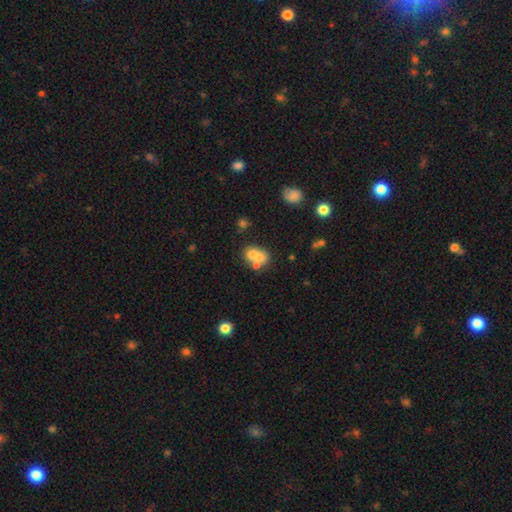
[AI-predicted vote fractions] Smooth or featured: smooth — 62% (featured or disk — 26%)
How rounded: round — 51% (in between — 48%)
Merging: merger — 59% (none — 28%)